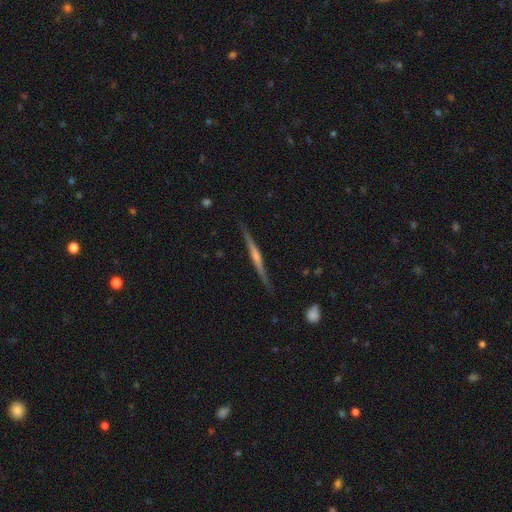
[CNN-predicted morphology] Overall: featured or disk (79%). Edge-on disk: yes (98%). Edge-on bulge: rounded (74%). Merging: none (89%).